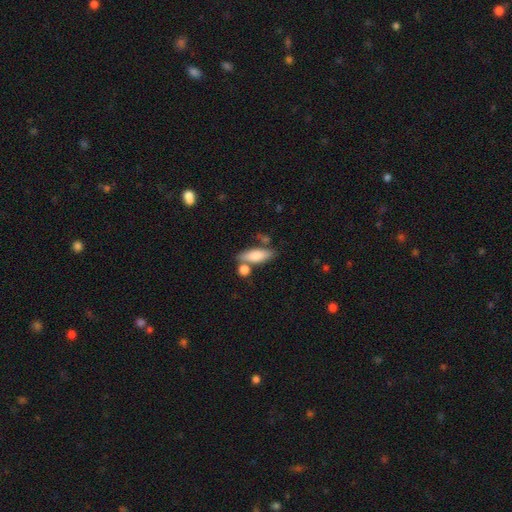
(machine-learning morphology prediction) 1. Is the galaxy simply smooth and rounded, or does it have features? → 77% smooth, 16% featured or disk, 6% star or artifact.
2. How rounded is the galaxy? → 63% in between, 33% cigar-shaped, 4% round.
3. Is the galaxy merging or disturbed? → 63% none, 18% merger, 14% minor disturbance, 4% major disturbance.